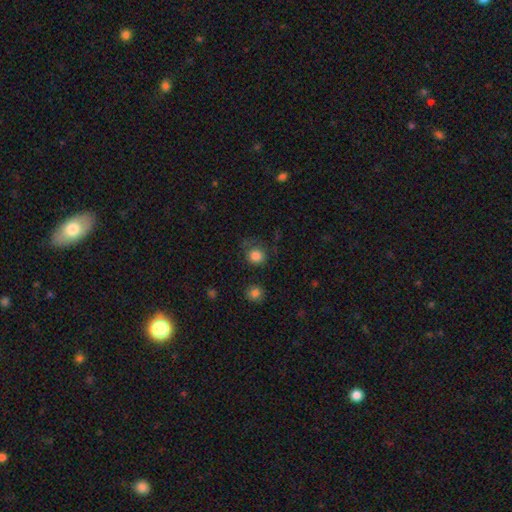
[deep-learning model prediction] smooth_or_featured: smooth (p=0.83) [alt: star or artifact p=0.12]
how_rounded: round (p=0.88) [alt: in between p=0.11]
merging: none (p=0.74) [alt: minor disturbance p=0.16]